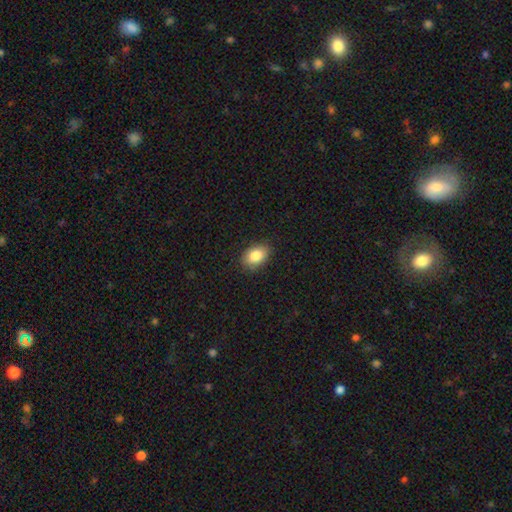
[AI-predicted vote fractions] This is clearly a smooth galaxy (85%). How rounded: clearly in between (85%). Merging: clearly none (84%).